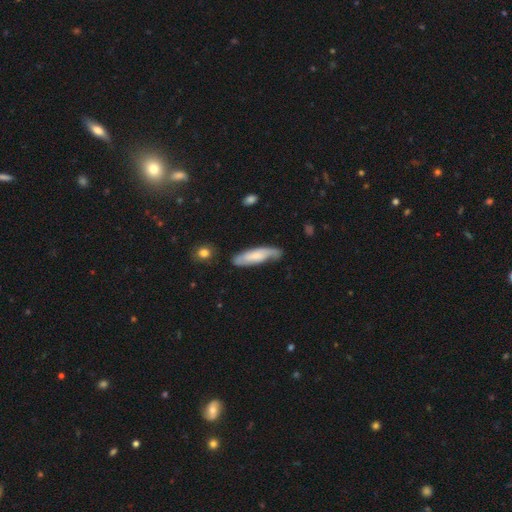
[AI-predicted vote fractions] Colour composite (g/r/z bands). It shows a smooth galaxy with no disk features (51%) that is cigar-shaped (59%). Merging: none (64%).